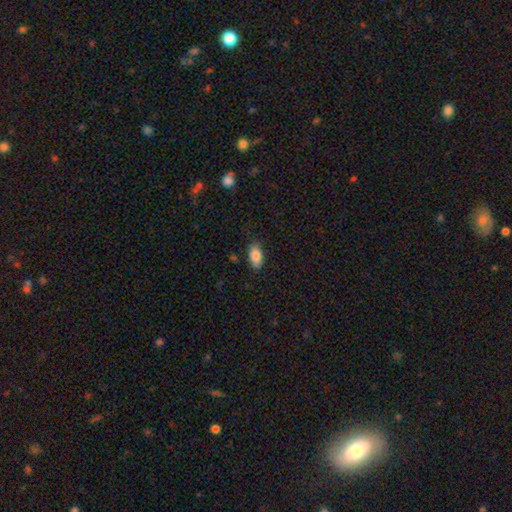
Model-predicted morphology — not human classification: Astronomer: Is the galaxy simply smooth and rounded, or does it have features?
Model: smooth — 86%.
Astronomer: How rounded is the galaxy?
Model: in between — 92%.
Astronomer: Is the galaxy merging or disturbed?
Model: none — 84%.